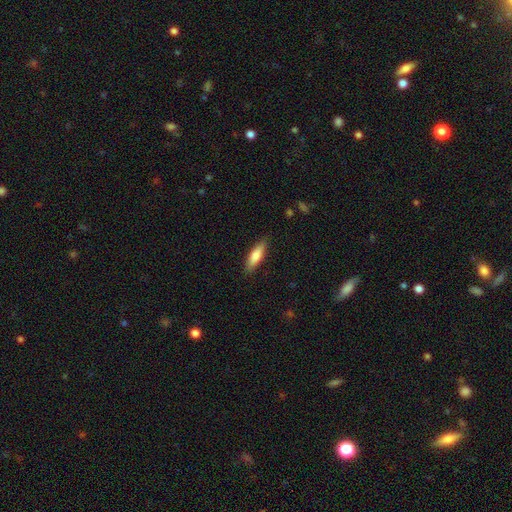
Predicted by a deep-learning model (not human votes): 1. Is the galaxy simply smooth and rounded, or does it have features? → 76% smooth, 18% featured or disk, 6% star or artifact.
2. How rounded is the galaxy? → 55% cigar-shaped, 43% in between, 2% round.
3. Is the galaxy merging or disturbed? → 86% none, 10% minor disturbance, 2% major disturbance, 1% merger.